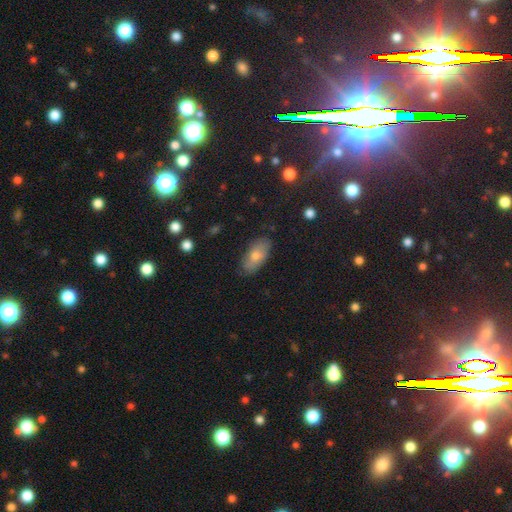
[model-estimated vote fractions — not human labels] smooth_or_featured: smooth (p=0.69) [alt: featured or disk p=0.20]
how_rounded: in between (p=0.90) [alt: cigar-shaped p=0.07]
merging: none (p=0.82) [alt: minor disturbance p=0.14]